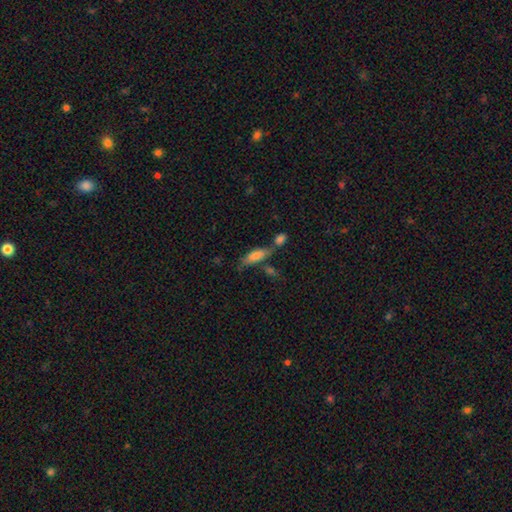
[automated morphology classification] smooth_or_featured: smooth (p=0.72) [alt: featured or disk p=0.20]
how_rounded: in between (p=0.60) [alt: cigar-shaped p=0.38]
merging: none (p=0.50) [alt: merger p=0.29]